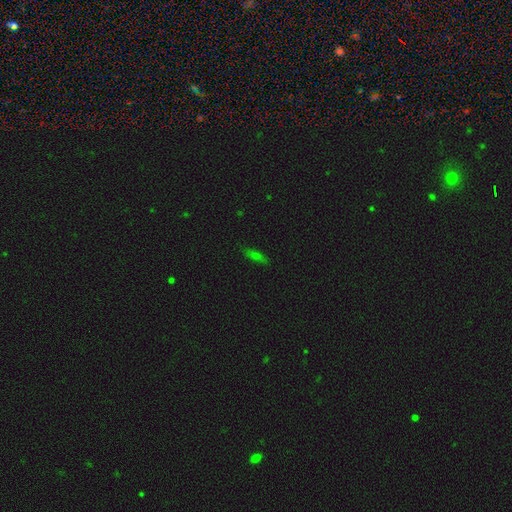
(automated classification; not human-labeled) This appears to be a smooth galaxy with no disk features (56%) that is cigar-shaped (55%). Merging: none (85%).